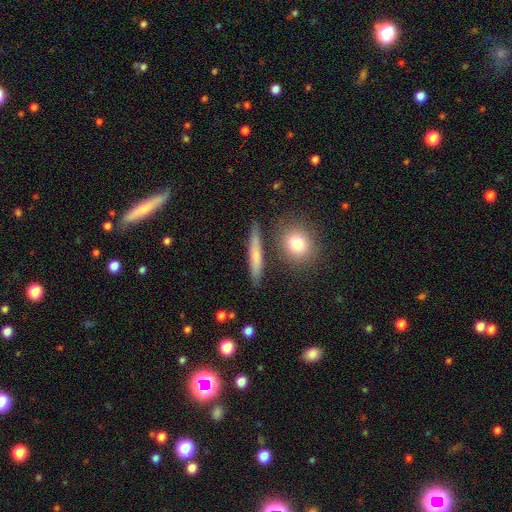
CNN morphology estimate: Overall: smooth (62%; featured or disk 29%). How rounded: cigar-shaped (84%). Merging: none (84%).